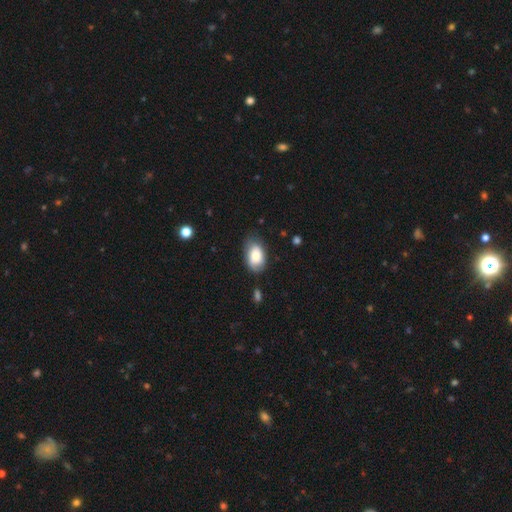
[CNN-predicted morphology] smooth_or_featured: smooth (p=0.79) [alt: featured or disk p=0.14]
how_rounded: in between (p=0.91) [alt: round p=0.08]
merging: none (p=0.69) [alt: minor disturbance p=0.24]